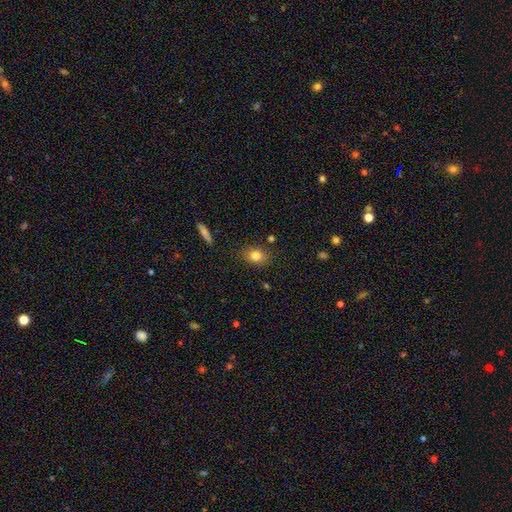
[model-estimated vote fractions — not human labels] smooth-or-featured: smooth: 81% | star or artifact: 10% | featured or disk: 9%
  how-rounded: in between: 59% | round: 39% | cigar-shaped: 2%
  merging: none: 84% | minor disturbance: 11% | major disturbance: 3% | merger: 2%